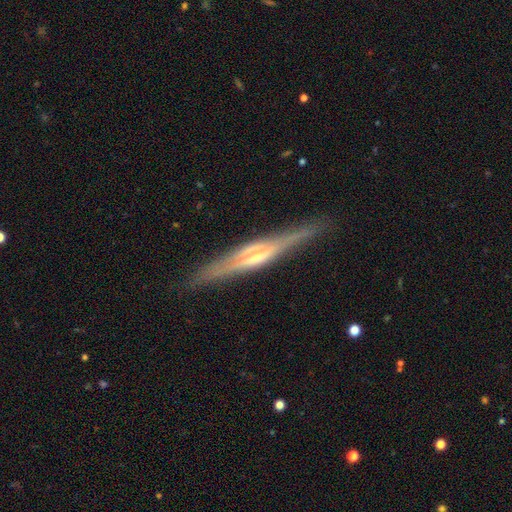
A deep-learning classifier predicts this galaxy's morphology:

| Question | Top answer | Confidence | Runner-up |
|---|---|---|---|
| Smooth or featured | featured or disk | 80% | smooth (13%) |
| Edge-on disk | yes | 97% | no (3%) |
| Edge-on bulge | rounded | 56% | boxy (26%) |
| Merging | none | 85% | minor disturbance (11%) |